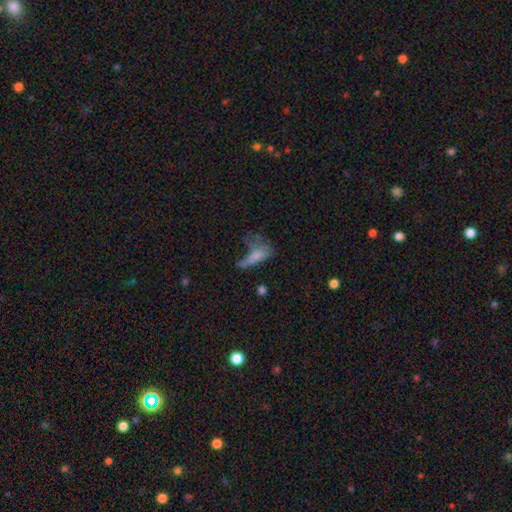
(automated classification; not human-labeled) A smooth galaxy with no disk features (58%) that is in between round and cigar-shaped (65%).

Vote fractions:
- Smooth or featured? smooth: 58% / featured or disk: 28% / star or artifact: 14%
- How rounded? in between: 65% / cigar-shaped: 28% / round: 7%
- Merging? major disturbance: 47% / none: 22% / minor disturbance: 19% / merger: 12%